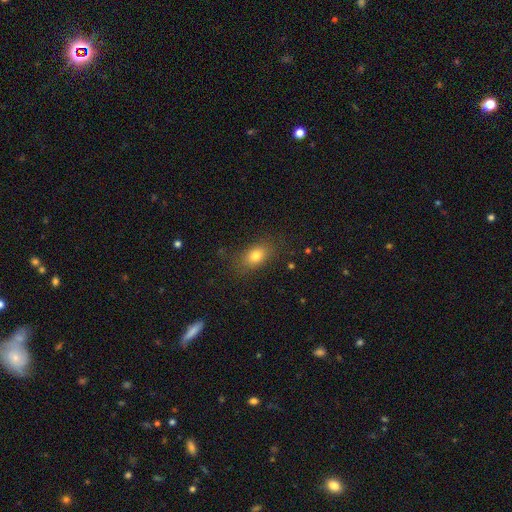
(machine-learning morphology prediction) A smooth galaxy with no disk features (79%) that is in between round and cigar-shaped (79%).

Vote fractions:
- Smooth or featured? smooth: 79% / star or artifact: 11% / featured or disk: 10%
- How rounded? in between: 79% / round: 19% / cigar-shaped: 3%
- Merging? none: 79% / minor disturbance: 14% / major disturbance: 5% / merger: 1%